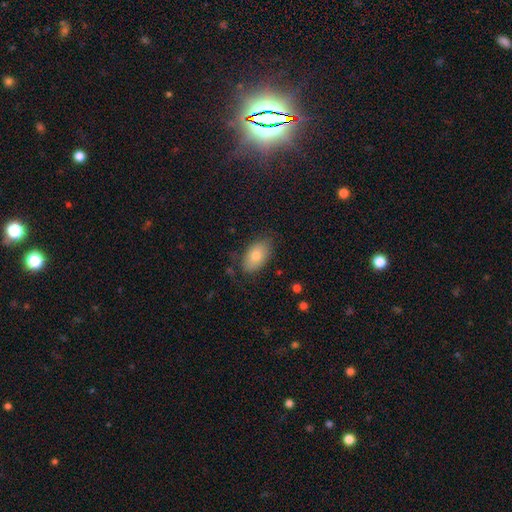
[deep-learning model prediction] Overall: smooth (77%). How rounded: in between (92%). Merging: none (78%).